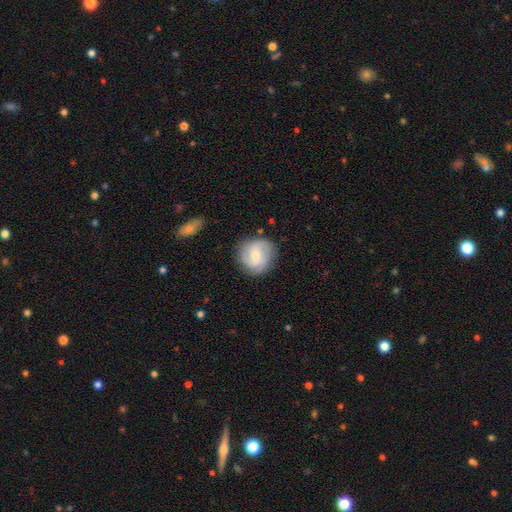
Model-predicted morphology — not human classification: Smooth or featured: featured or disk — 63% (smooth — 31%)
Edge-on disk: no — 98% (yes — 2%)
Bar: no — 45% (tied with weak — 45%)
Spiral arms: yes — 91% (no — 9%)
Spiral winding: medium — 46% (tight — 34%)
Spiral arm count: 2 — 45% (3 — 26%)
Bulge size: small — 50% (moderate — 45%)
Merging: none — 81% (minor disturbance — 13%)